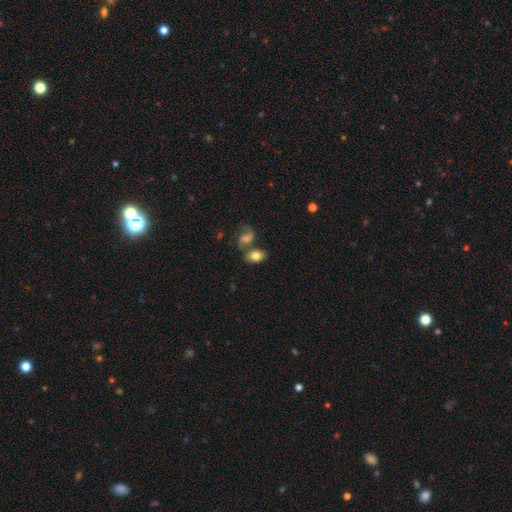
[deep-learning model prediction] A smooth galaxy with no disk features (75%) that is in between round and cigar-shaped (86%). Merging: none (48%).